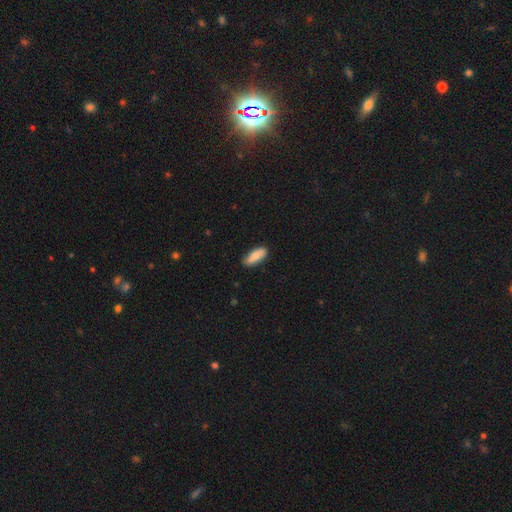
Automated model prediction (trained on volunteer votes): This appears to be a smooth galaxy with no disk features (73%) that is in between round and cigar-shaped (77%). Merging: none (82%).